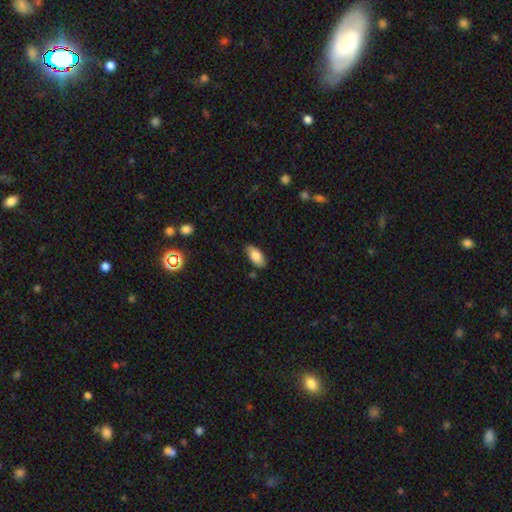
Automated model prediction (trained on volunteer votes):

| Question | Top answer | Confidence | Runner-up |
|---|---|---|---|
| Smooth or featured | smooth | 82% | featured or disk (11%) |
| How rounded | in between | 91% | cigar-shaped (7%) |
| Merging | none | 82% | minor disturbance (13%) |